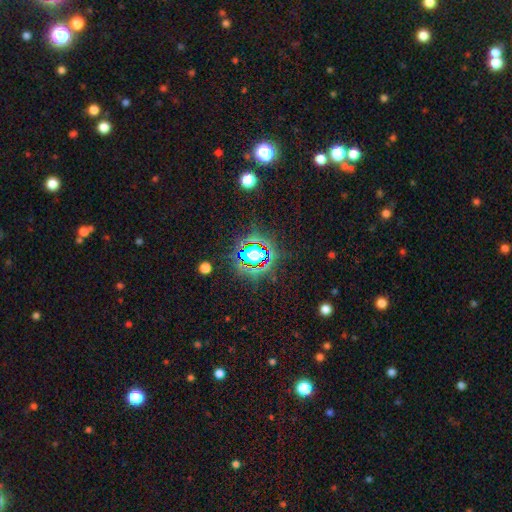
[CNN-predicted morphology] Smooth or featured? star or artifact (81%)